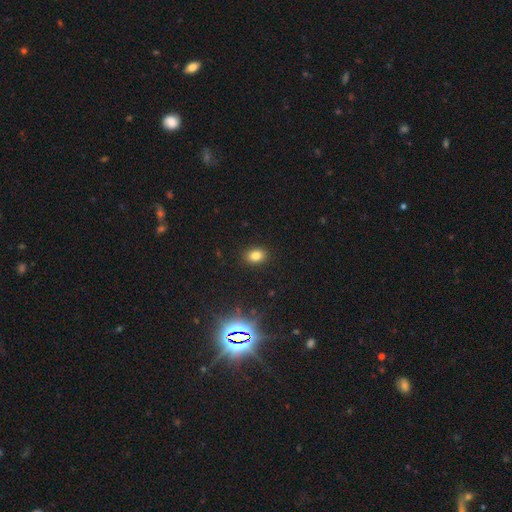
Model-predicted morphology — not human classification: A smooth galaxy with no disk features (79%) that is in between round and cigar-shaped (73%).

Vote fractions:
- Smooth or featured? smooth: 79% / star or artifact: 14% / featured or disk: 6%
- How rounded? in between: 73% / round: 25% / cigar-shaped: 1%
- Merging? none: 89% / minor disturbance: 7% / major disturbance: 2% / merger: 1%